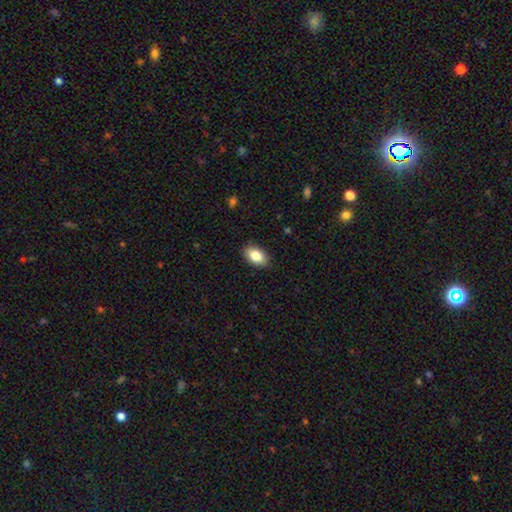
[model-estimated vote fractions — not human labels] A smooth galaxy with no disk features (85%) that is in between round and cigar-shaped (92%).

Vote fractions:
- Smooth or featured? smooth: 85% / featured or disk: 8% / star or artifact: 7%
- How rounded? in between: 92% / round: 6% / cigar-shaped: 2%
- Merging? none: 87% / minor disturbance: 10% / major disturbance: 2% / merger: 1%